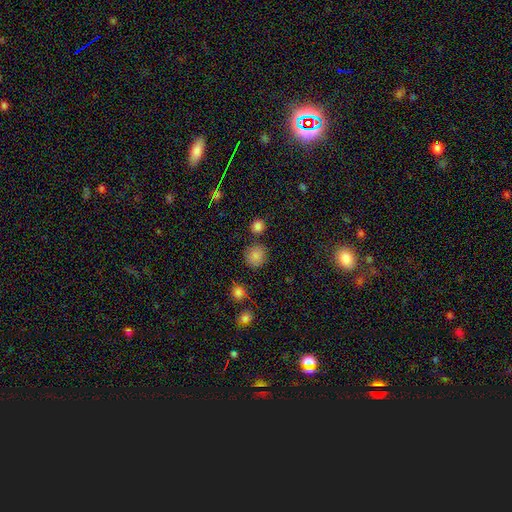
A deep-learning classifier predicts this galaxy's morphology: smooth_or_featured: smooth (p=0.83) [alt: star or artifact p=0.13]
how_rounded: round (p=0.90) [alt: in between p=0.09]
merging: none (p=0.83) [alt: minor disturbance p=0.09]